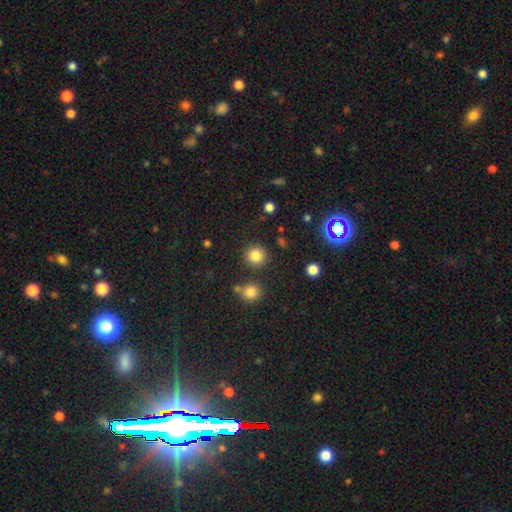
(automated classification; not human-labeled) Morphology: type=smooth (84%); roundness=round (92%); merging=none (86%).